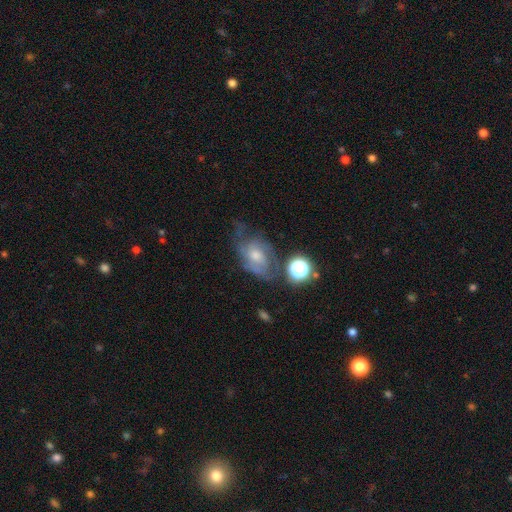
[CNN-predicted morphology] The model was most divided on "bulge size": moderate: 49%, small: 37%, large: 7%, none: 5%, dominant: 2%. Remaining: edge-on disk — no (96%); spiral arms — yes (80%); bar — no (73%); smooth or featured — featured or disk (58%); merging — none (40%).